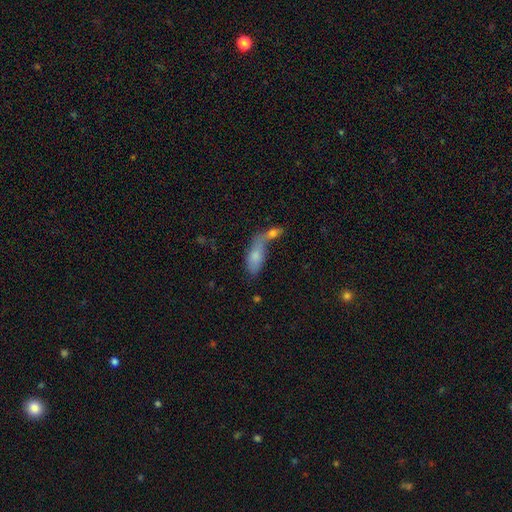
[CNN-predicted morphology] Smooth or featured? smooth (71%)
How rounded? in between (78%)
Merging? merger (59%)